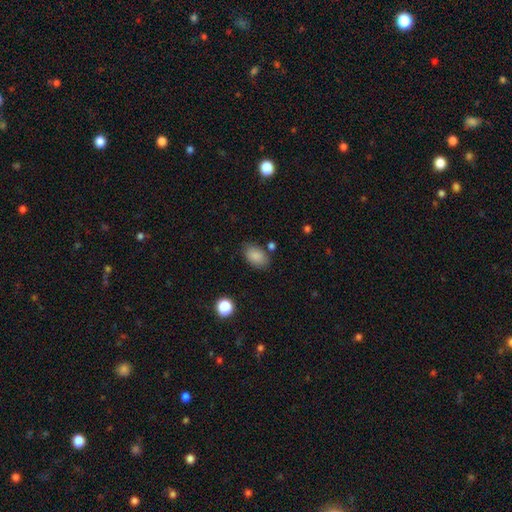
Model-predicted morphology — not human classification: smooth-or-featured: smooth: 87% | star or artifact: 8% | featured or disk: 5%
  how-rounded: in between: 88% | round: 10% | cigar-shaped: 1%
  merging: none: 77% | minor disturbance: 15% | merger: 5% | major disturbance: 4%